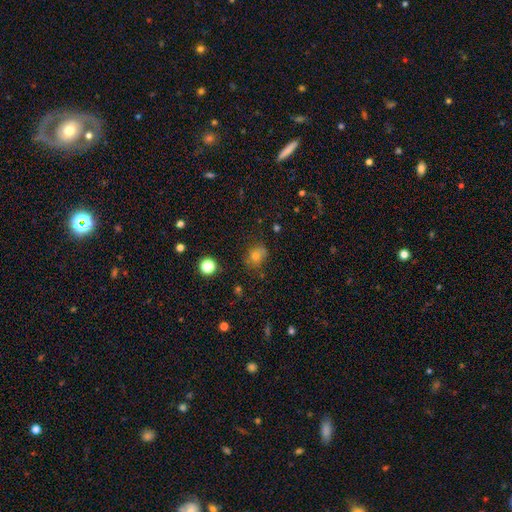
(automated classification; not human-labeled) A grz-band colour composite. It shows a smooth galaxy with no disk features (68%) that is round (57%). Merging: none (67%).